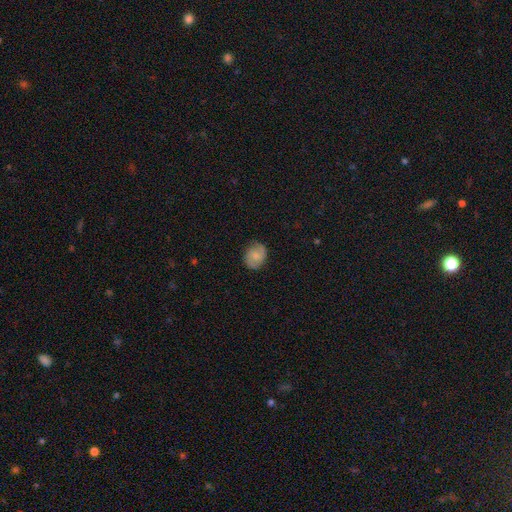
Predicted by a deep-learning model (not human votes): Morphology: type=featured or disk (48%); merging=none (80%).